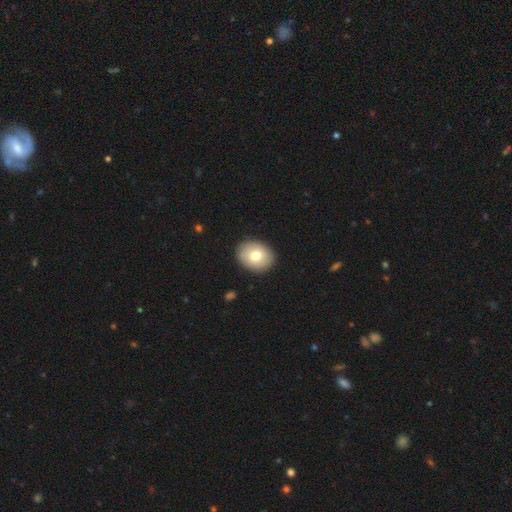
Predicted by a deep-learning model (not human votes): Morphology: type=smooth (75%); roundness=in between (53%); merging=none (89%).